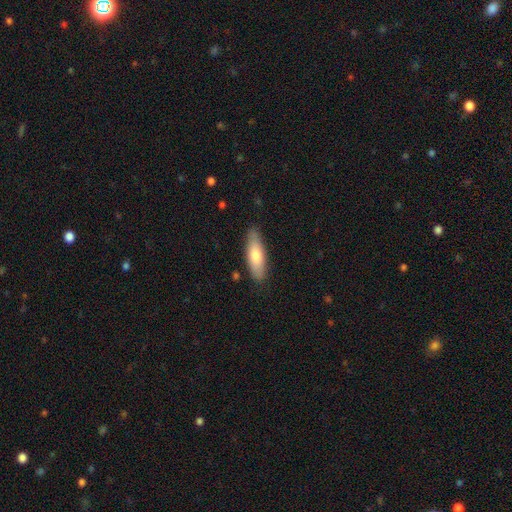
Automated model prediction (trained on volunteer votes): Smooth or featured?
  - smooth: 70% *
  - featured or disk: 25%
  - star or artifact: 6%
How rounded?
  - in between: 50% *
  - cigar-shaped: 48%
  - round: 2%
Merging?
  - none: 85% *
  - minor disturbance: 11%
  - major disturbance: 2%
  - merger: 1%